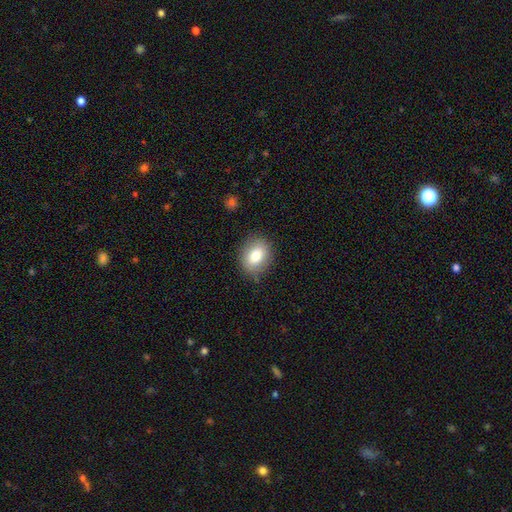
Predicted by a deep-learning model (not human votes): This is clearly a smooth galaxy (80%). How rounded: likely in between (61%). Merging: clearly none (83%).